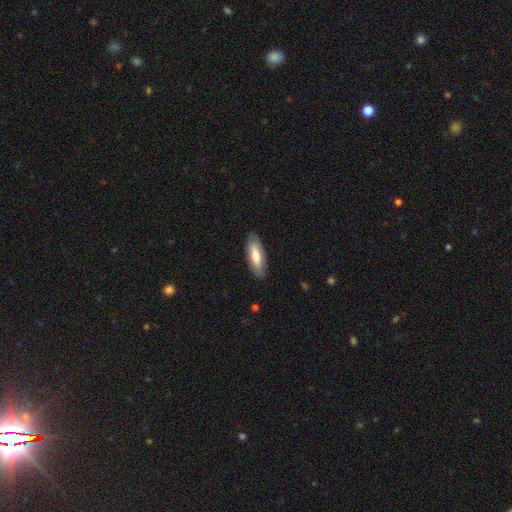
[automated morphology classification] Smooth or featured? Predicted: smooth (p=0.72). How rounded? Predicted: in between (p=0.63). Merging? Predicted: none (p=0.86).